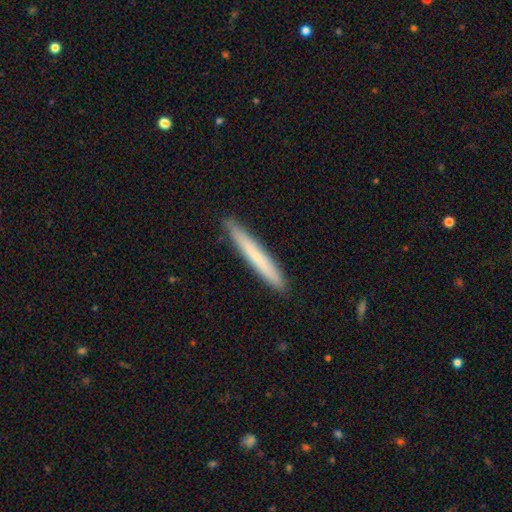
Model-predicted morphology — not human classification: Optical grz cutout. It shows a smooth galaxy with no disk features (64%) that is cigar-shaped (97%). Merging: none (90%).